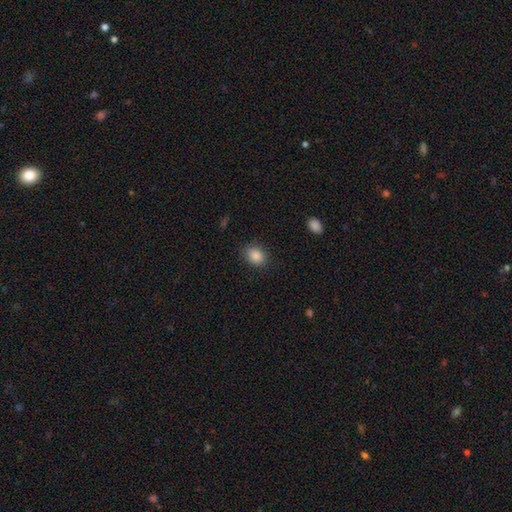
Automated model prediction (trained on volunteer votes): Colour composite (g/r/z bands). It shows a smooth galaxy with no disk features (87%) that is in between round and cigar-shaped (61%). Merging: none (85%).